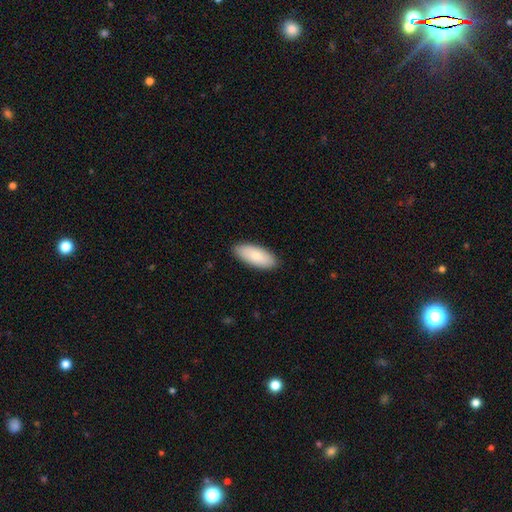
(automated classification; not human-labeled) Q: Smooth or featured?
A: smooth (84%); runner-up: featured or disk (11%)
Q: How rounded?
A: in between (83%); runner-up: cigar-shaped (15%)
Q: Merging?
A: none (89%); runner-up: minor disturbance (9%)